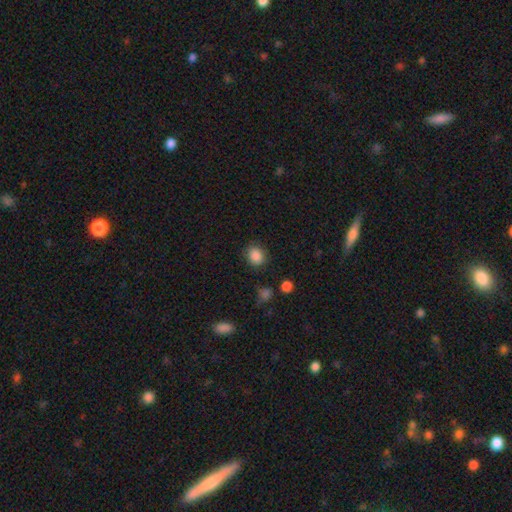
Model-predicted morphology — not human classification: A smooth galaxy with no disk features (87%) that is round (57%). Merging: none (82%).